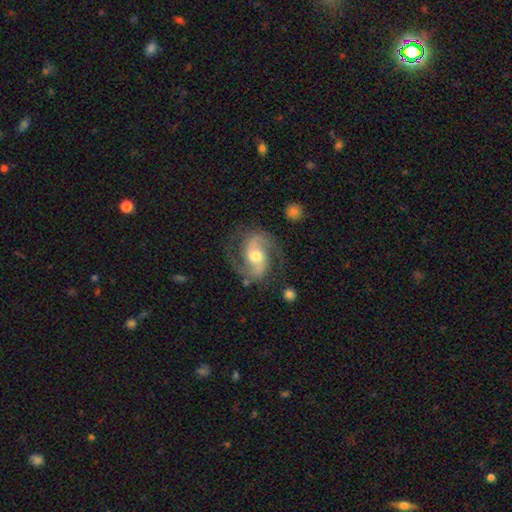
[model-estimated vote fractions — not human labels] The model was most divided on "bar": no: 40%, weak: 36%, strong: 24%. More confident: edge-on disk — no (97%); spiral arms — yes (97%); spiral arm count — 2 (93%); smooth or featured — featured or disk (88%); merging — none (77%); bulge size — moderate (65%); spiral winding — medium (56%).